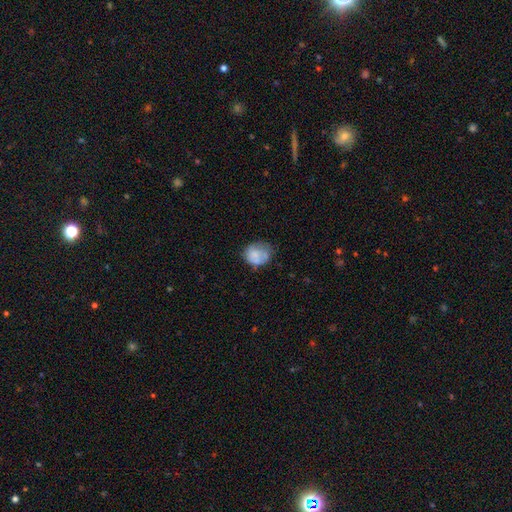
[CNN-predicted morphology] type=smooth (67%); roundness=round (65%); merging=none (47%).